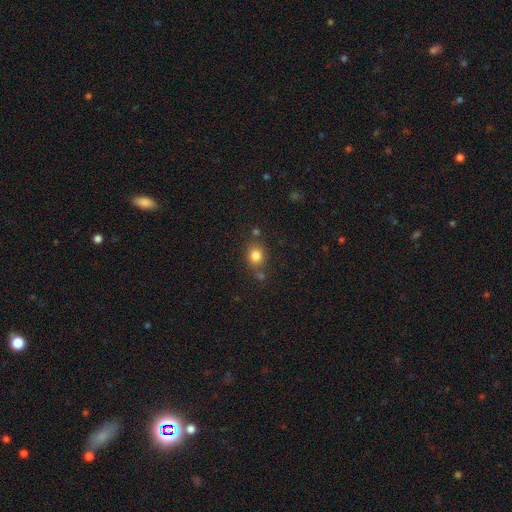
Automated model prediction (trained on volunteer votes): The model was most divided on "how rounded": round: 68%, in between: 31%, cigar-shaped: 1%. More confident: smooth or featured — smooth (82%); merging — none (70%).